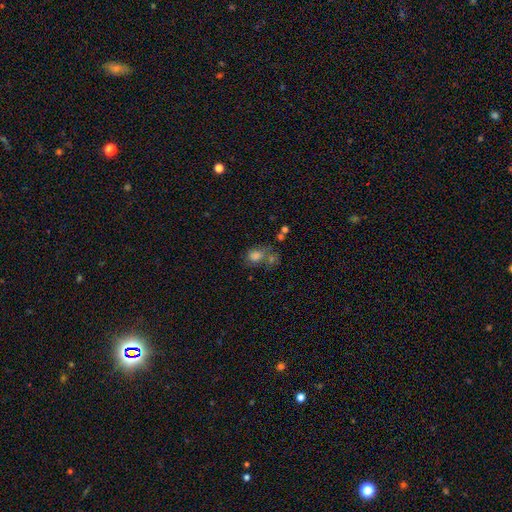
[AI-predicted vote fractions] This appears to be a smooth galaxy with no disk features (72%) that is in between round and cigar-shaped (54%). Merging: none (36%, tied with merger).